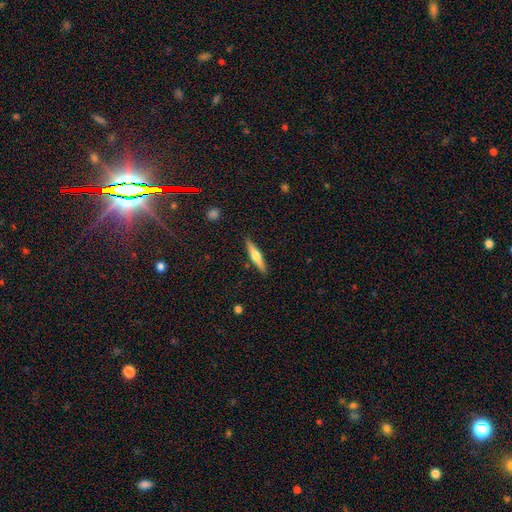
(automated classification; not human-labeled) Q: Smooth or featured?
A: featured or disk (58%); runner-up: smooth (36%)
Q: Edge-on disk?
A: yes (97%); runner-up: no (3%)
Q: Edge-on bulge?
A: rounded (90%); runner-up: boxy (5%)
Q: Merging?
A: none (90%); runner-up: minor disturbance (7%)